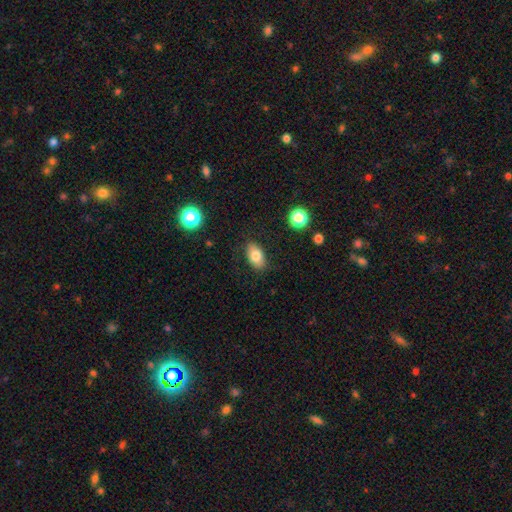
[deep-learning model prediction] Smooth or featured? smooth (79%)
How rounded? in between (90%)
Merging? none (85%)